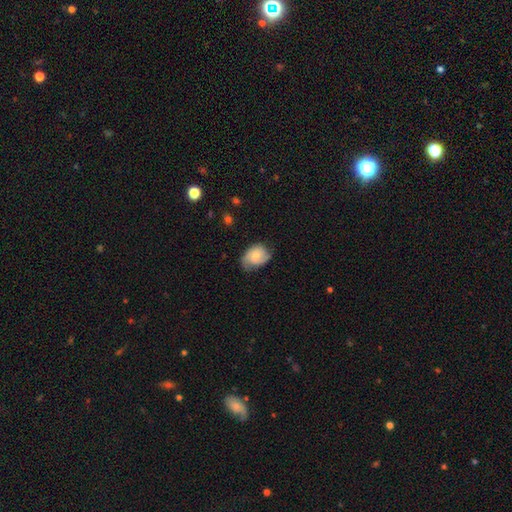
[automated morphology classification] Q: Smooth or featured?
A: featured or disk (47%); runner-up: smooth (45%)
Q: Merging?
A: none (55%); runner-up: minor disturbance (32%)